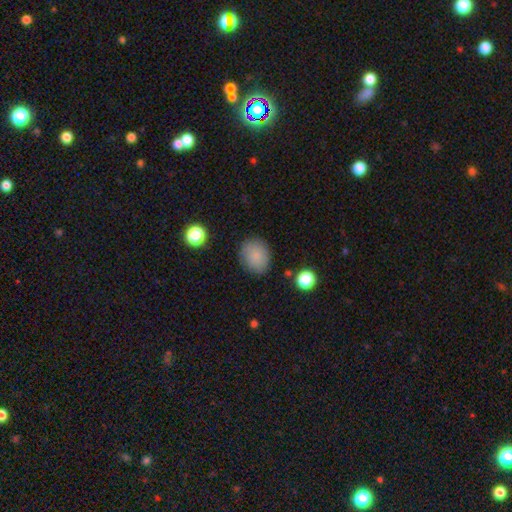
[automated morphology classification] Smooth or featured? Predicted: smooth (p=0.85). How rounded? Predicted: round (p=0.50). Merging? Predicted: none (p=0.84).